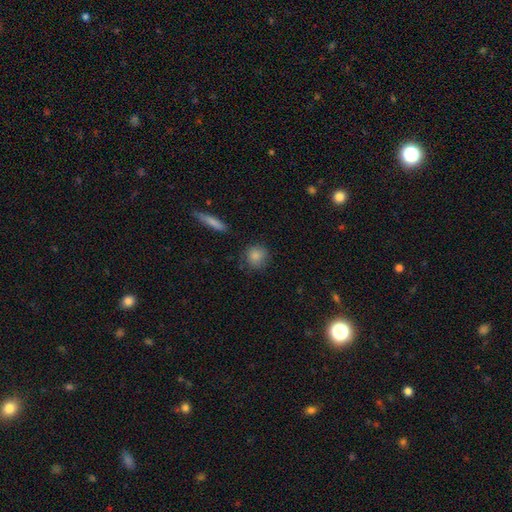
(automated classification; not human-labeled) Smooth or featured? Predicted: smooth (p=0.85). How rounded? Predicted: round (p=0.87). Merging? Predicted: none (p=0.79).